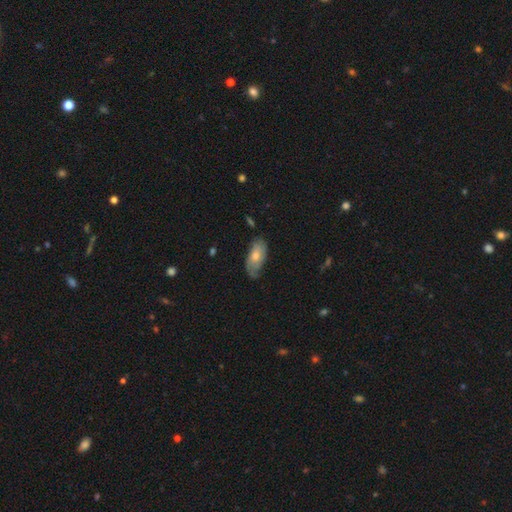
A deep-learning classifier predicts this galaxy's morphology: Smooth or featured?
  - smooth: 51% *
  - featured or disk: 42%
  - star or artifact: 7%
How rounded?
  - in between: 86% *
  - cigar-shaped: 11%
  - round: 3%
Merging?
  - none: 63% *
  - minor disturbance: 28%
  - major disturbance: 7%
  - merger: 2%